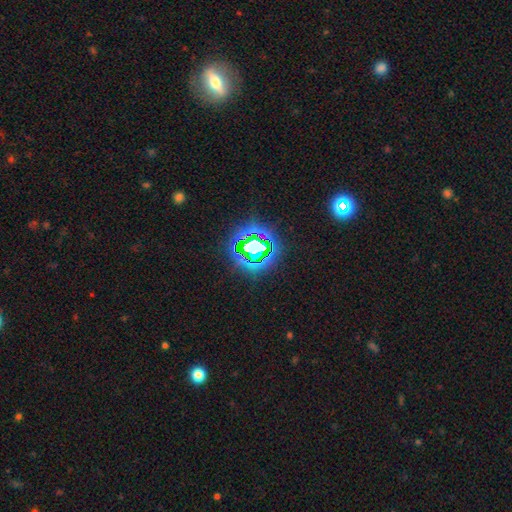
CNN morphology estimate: A star or artifact, not a galaxy (71%).